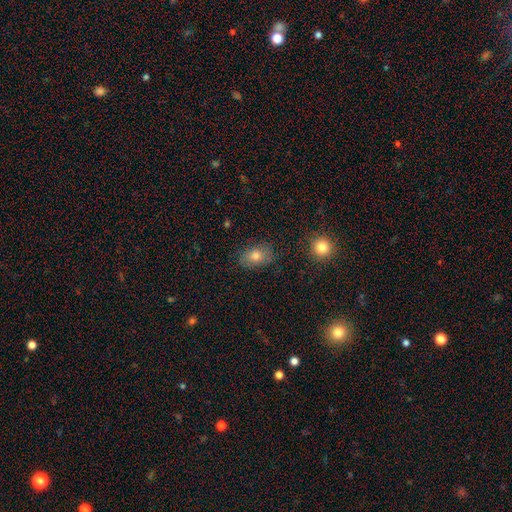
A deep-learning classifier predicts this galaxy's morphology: smooth 76%, featured or disk 12%, star or artifact 12%. Down the decision tree: how rounded — in between (78%); merging — none (81%).